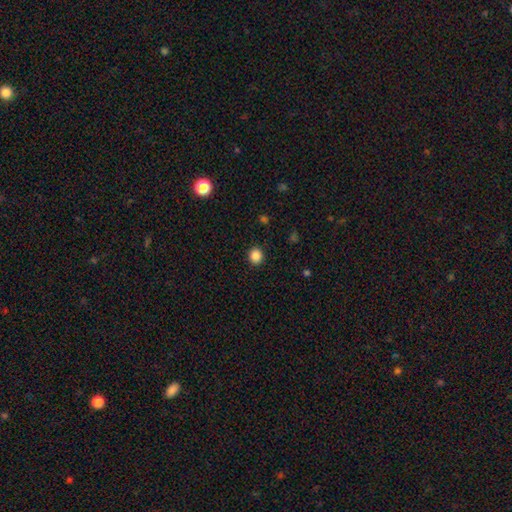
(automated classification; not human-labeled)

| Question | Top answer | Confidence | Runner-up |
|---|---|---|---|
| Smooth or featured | smooth | 87% | star or artifact (10%) |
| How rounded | round | 82% | in between (17%) |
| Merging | none | 92% | minor disturbance (6%) |